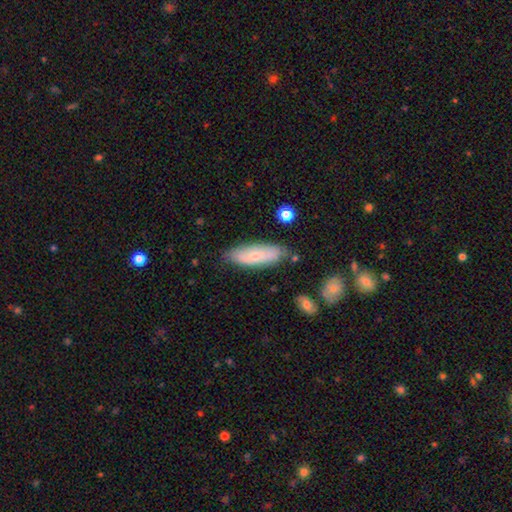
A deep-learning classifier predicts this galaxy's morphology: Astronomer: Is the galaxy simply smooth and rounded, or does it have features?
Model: smooth — 61%.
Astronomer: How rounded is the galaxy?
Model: in between — 63%.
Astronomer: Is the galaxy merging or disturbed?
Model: none — 75%.